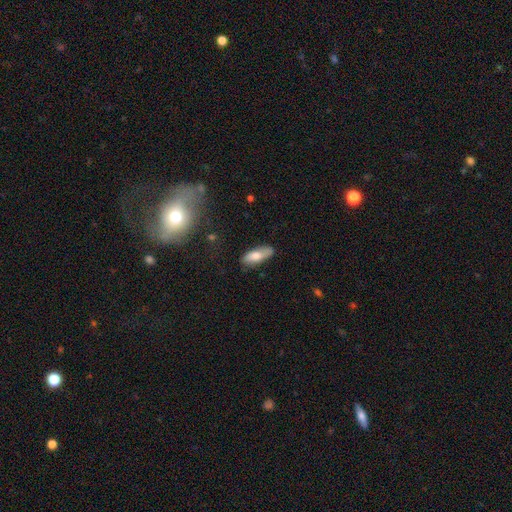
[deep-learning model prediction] This appears to be a smooth galaxy with no disk features (72%) that is in between round and cigar-shaped (68%). Merging: none (78%).